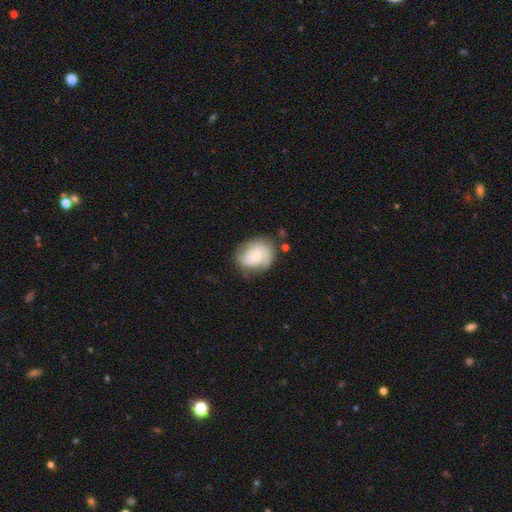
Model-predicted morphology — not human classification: Overall: featured or disk (63%; smooth 30%). Edge-on disk: no (97%). Bar: no (70%). Spiral arms: yes (88%). Spiral arm count: 2 (52%; can't tell 22%). Spiral winding: medium (42%; tight 39%). Bulge size: small (56%; moderate 36%). Merging: none (66%).